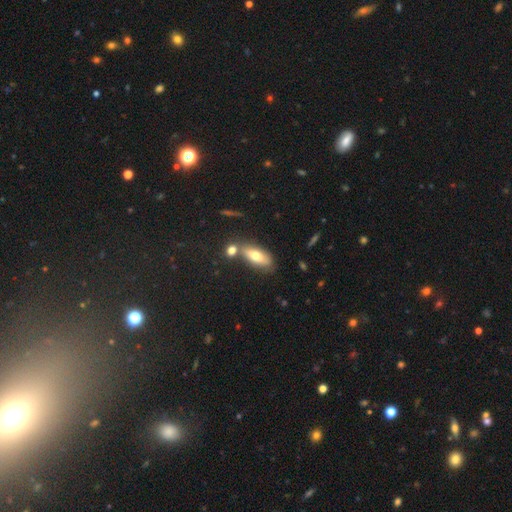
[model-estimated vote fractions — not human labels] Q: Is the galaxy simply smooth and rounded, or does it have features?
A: smooth — 67%.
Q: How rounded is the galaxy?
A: in between — 75%.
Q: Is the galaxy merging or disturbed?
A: none — 65%.